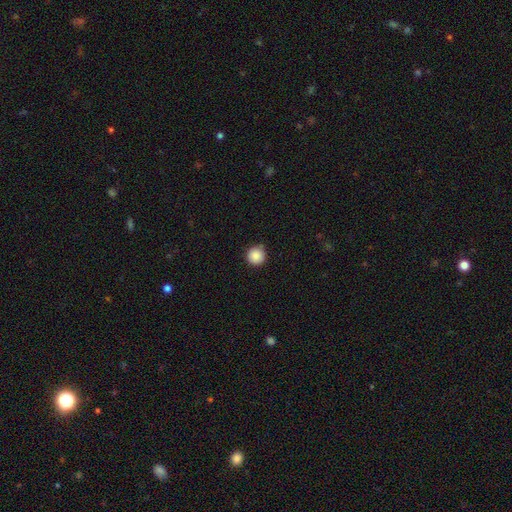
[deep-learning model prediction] Q: Smooth or featured?
A: smooth (88%); runner-up: star or artifact (9%)
Q: How rounded?
A: round (96%); runner-up: in between (3%)
Q: Merging?
A: none (87%); runner-up: minor disturbance (10%)